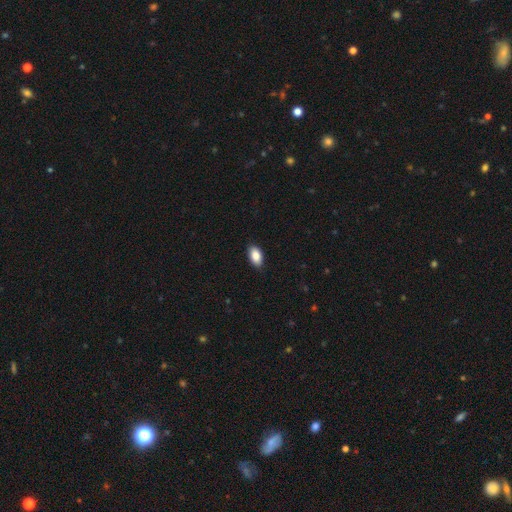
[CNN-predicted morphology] smooth_or_featured: smooth (p=0.88) [alt: star or artifact p=0.07]
how_rounded: in between (p=0.93) [alt: round p=0.05]
merging: none (p=0.88) [alt: minor disturbance p=0.09]